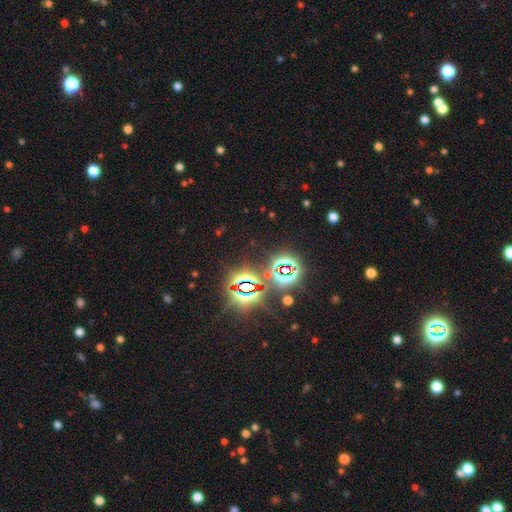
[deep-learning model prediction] A star or artifact, not a galaxy (81%).